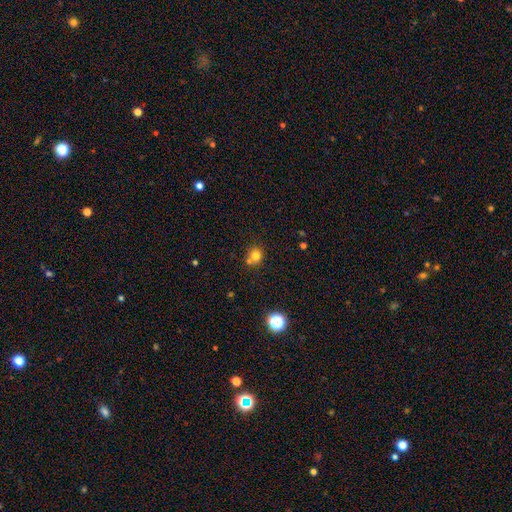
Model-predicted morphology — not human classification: Q: Smooth or featured?
A: smooth (76%); runner-up: star or artifact (15%)
Q: How rounded?
A: round (83%); runner-up: in between (16%)
Q: Merging?
A: none (58%); runner-up: merger (27%)